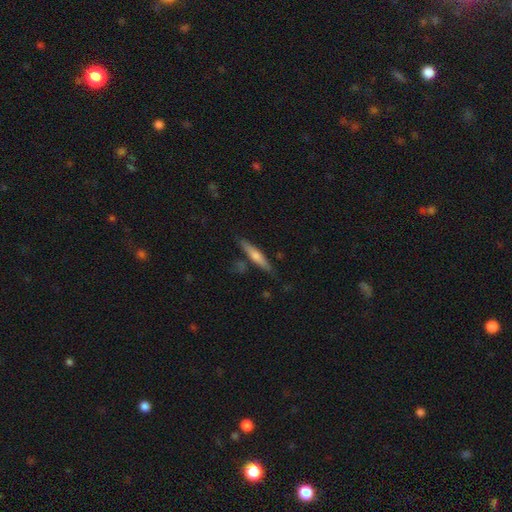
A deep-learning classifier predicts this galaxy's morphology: smooth-or-featured: smooth: 48% | featured or disk: 46% | star or artifact: 6%
  merging: none: 81% | minor disturbance: 12% | merger: 4% | major disturbance: 2%